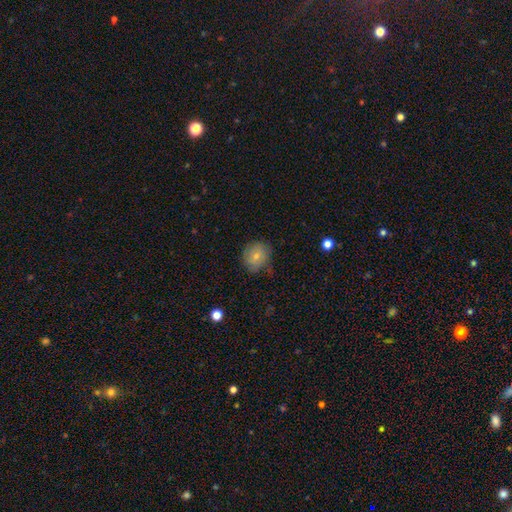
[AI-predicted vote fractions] A smooth galaxy with no disk features (62%) that is round (80%).

Vote fractions:
- Smooth or featured? smooth: 62% / featured or disk: 23% / star or artifact: 14%
- How rounded? round: 80% / in between: 19% / cigar-shaped: 1%
- Merging? none: 75% / minor disturbance: 19% / major disturbance: 5% / merger: 1%